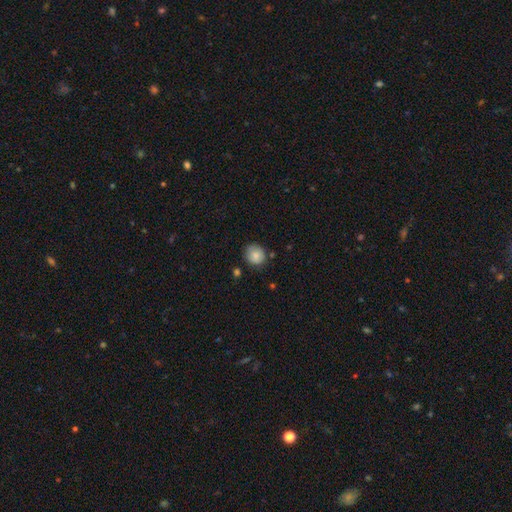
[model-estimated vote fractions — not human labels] smooth_or_featured: smooth (p=0.84) [alt: star or artifact p=0.09]
how_rounded: round (p=0.85) [alt: in between p=0.14]
merging: none (p=0.78) [alt: minor disturbance p=0.16]